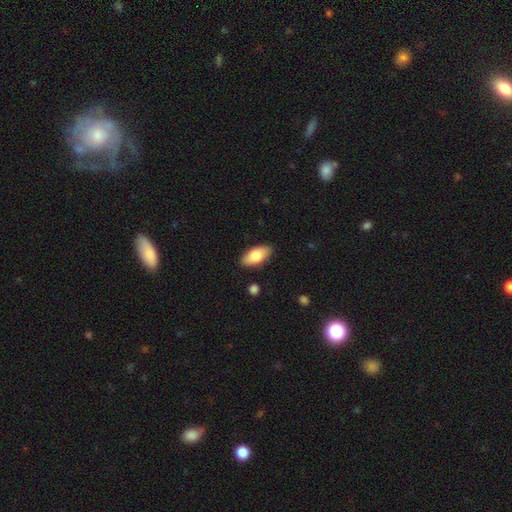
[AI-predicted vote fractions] smooth-or-featured: smooth: 77% | featured or disk: 17% | star or artifact: 6%
  how-rounded: in between: 89% | cigar-shaped: 8% | round: 3%
  merging: none: 88% | minor disturbance: 9% | major disturbance: 2% | merger: 1%